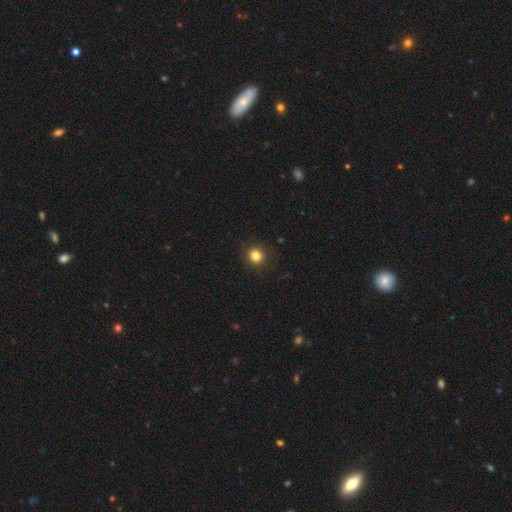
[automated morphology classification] Smooth or featured? Predicted: smooth (p=0.83). How rounded? Predicted: round (p=0.93). Merging? Predicted: none (p=0.91).